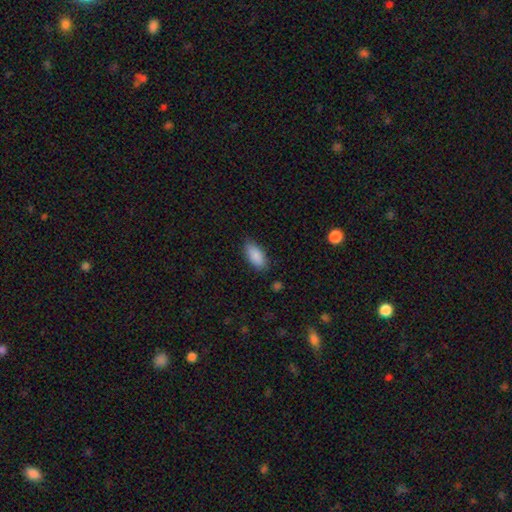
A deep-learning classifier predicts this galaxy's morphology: smooth-or-featured: smooth: 88% | star or artifact: 7% | featured or disk: 5%
  how-rounded: in between: 88% | cigar-shaped: 9% | round: 2%
  merging: none: 82% | minor disturbance: 14% | major disturbance: 3% | merger: 1%